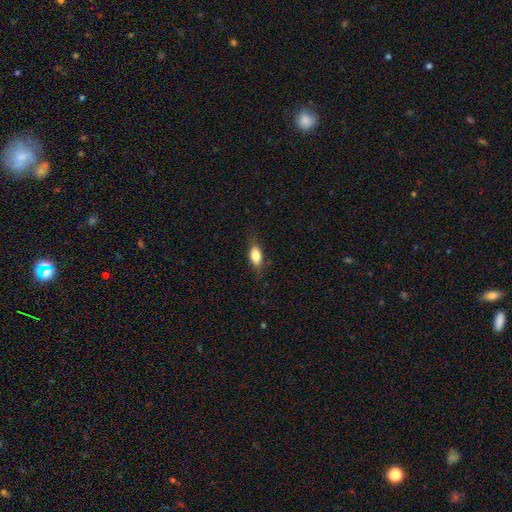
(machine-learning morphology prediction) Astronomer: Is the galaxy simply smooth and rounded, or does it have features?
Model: smooth — 77%.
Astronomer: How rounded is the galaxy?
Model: in between — 81%.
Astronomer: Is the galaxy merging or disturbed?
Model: none — 77%.